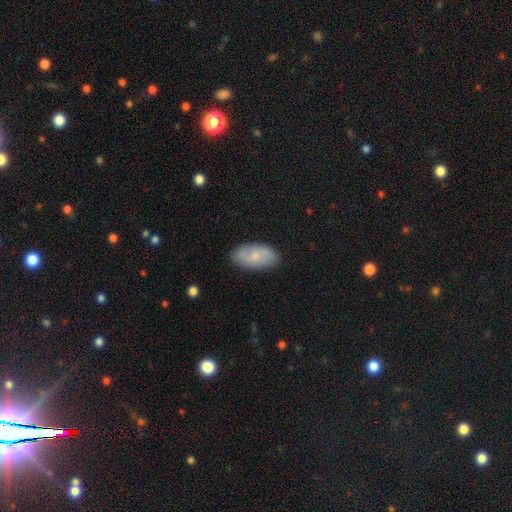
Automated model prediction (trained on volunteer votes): Smooth or featured? Predicted: smooth (p=0.58). How rounded? Predicted: in between (p=0.93). Merging? Predicted: none (p=0.84).